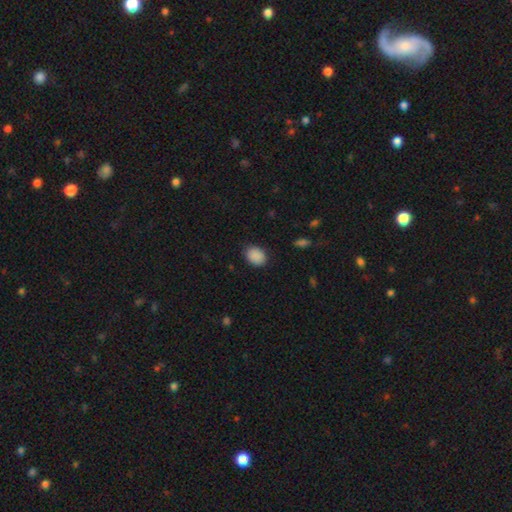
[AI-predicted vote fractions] Overall: smooth (89%). How rounded: in between (62%; round 37%). Merging: none (84%).